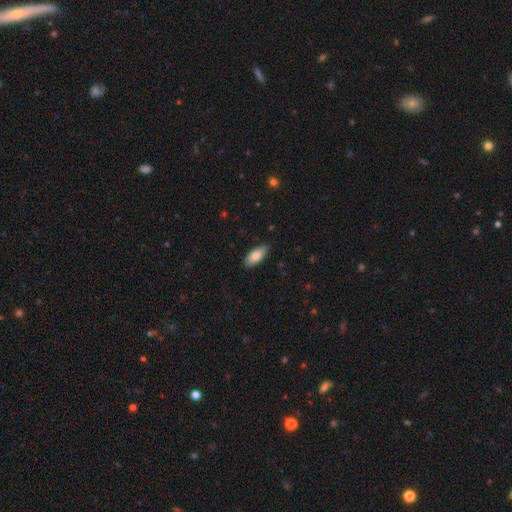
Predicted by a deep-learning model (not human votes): The model was most divided on "smooth or featured": smooth: 80%, featured or disk: 14%, star or artifact: 6%. More confident: merging — none (86%); how rounded — in between (85%).